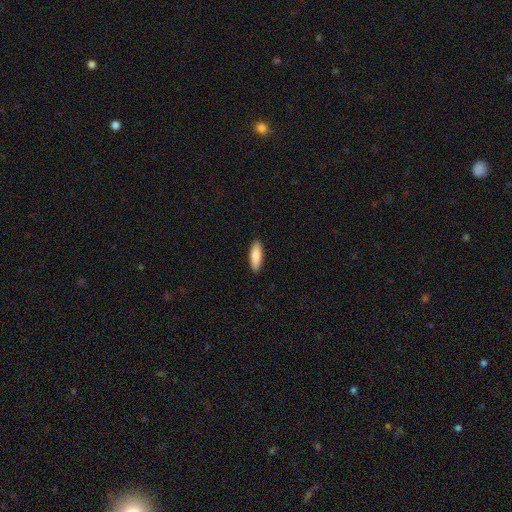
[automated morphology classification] The model was most divided on "how rounded": in between: 51%, cigar-shaped: 47%, round: 2%. More confident: merging — none (90%); smooth or featured — smooth (86%).